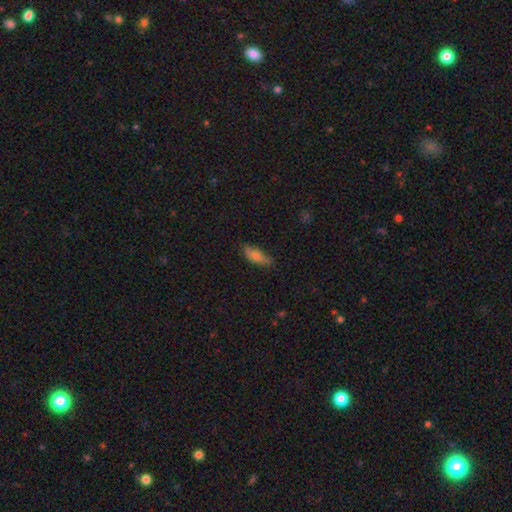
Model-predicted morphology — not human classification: A smooth galaxy with no disk features (72%) that is in between round and cigar-shaped (70%). Merging: none (67%).